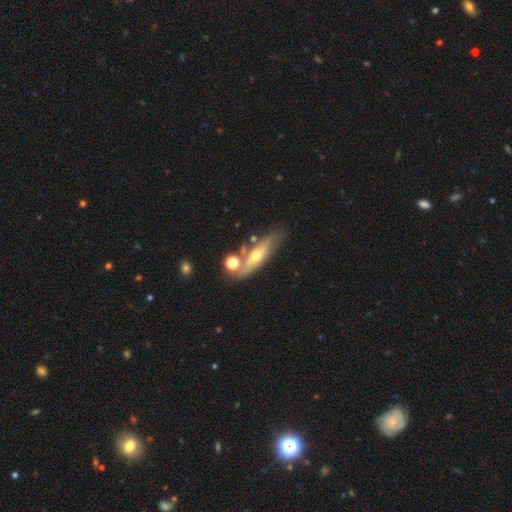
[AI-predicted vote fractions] Smooth or featured: featured or disk — 51% (smooth — 41%)
Edge-on disk: yes — 55% (no — 45%)
Merging: none — 59% (merger — 18%)